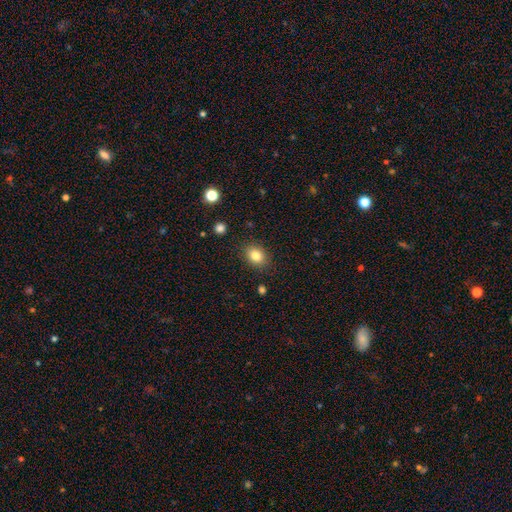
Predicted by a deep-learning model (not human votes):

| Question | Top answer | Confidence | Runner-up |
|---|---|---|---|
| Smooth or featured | smooth | 83% | star or artifact (10%) |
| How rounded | in between | 55% | round (45%) |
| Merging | none | 87% | minor disturbance (9%) |